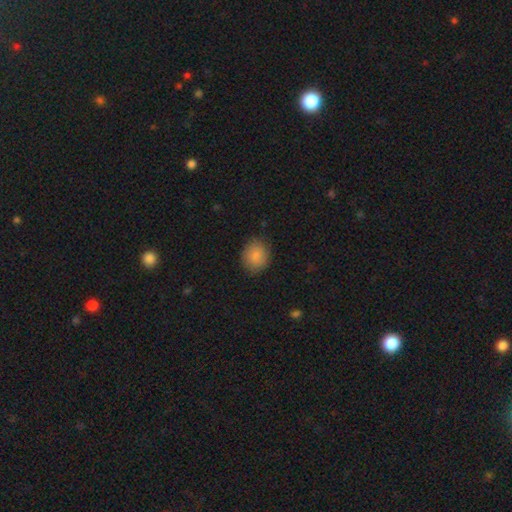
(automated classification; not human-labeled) The model was most divided on "how rounded": round: 74%, in between: 25%, cigar-shaped: 1%. More confident: smooth or featured — smooth (86%); merging — none (84%).